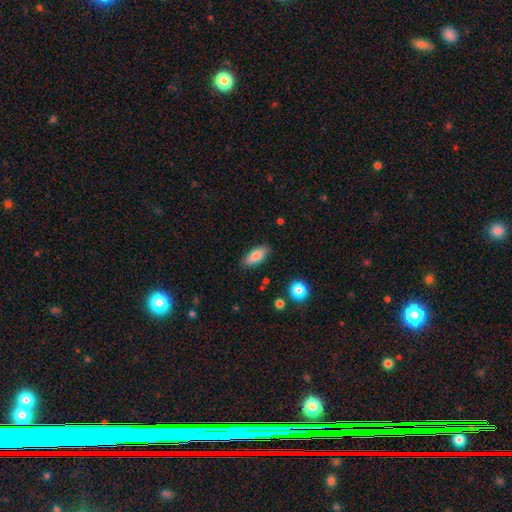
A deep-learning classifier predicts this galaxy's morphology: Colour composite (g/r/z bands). It shows a smooth galaxy with no disk features (82%) that is in between round and cigar-shaped (82%). Merging: none (85%).